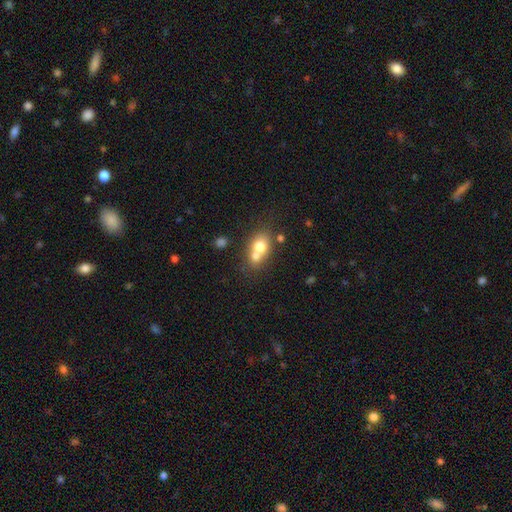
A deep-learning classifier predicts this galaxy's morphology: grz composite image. It shows a smooth galaxy with no disk features (70%) that is in between round and cigar-shaped (51%). Merging: merger (58%).